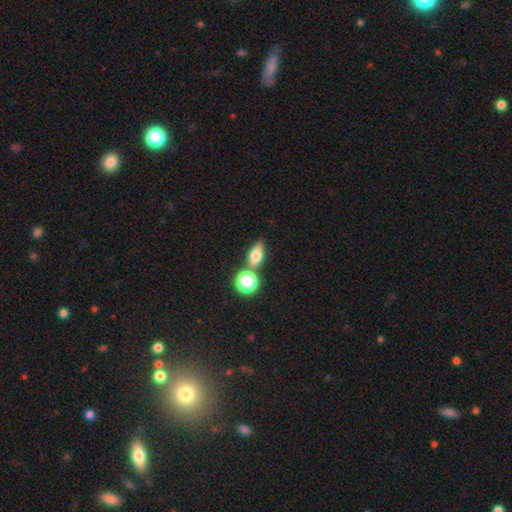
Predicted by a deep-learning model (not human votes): Q: Smooth or featured?
A: smooth (69%); runner-up: featured or disk (18%)
Q: How rounded?
A: in between (65%); runner-up: round (22%)
Q: Merging?
A: none (63%); runner-up: merger (20%)